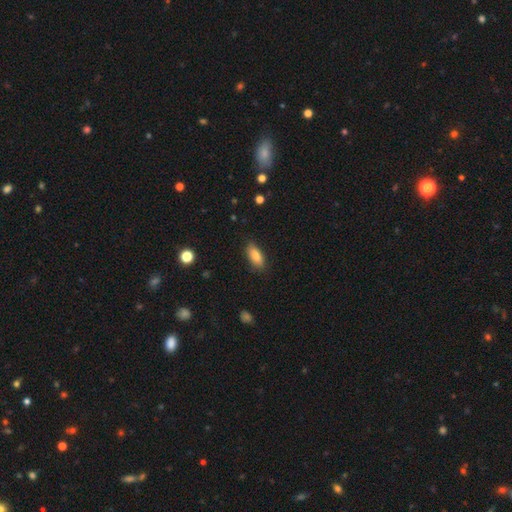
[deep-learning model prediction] Smooth or featured: smooth — 82% (featured or disk — 11%)
How rounded: in between — 84% (cigar-shaped — 13%)
Merging: none — 85% (minor disturbance — 12%)